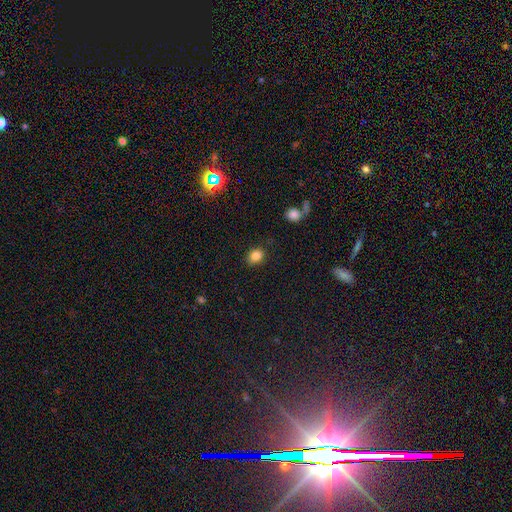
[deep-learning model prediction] The model was most divided on "how rounded": in between: 55%, round: 44%, cigar-shaped: 1%. More confident: merging — none (84%); smooth or featured — smooth (83%).